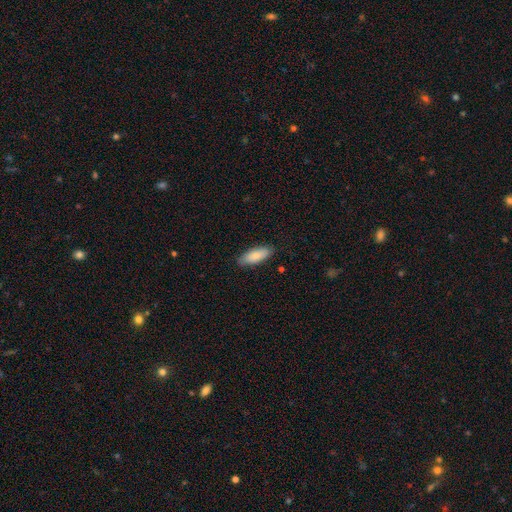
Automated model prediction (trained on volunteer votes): This is clearly a smooth galaxy (86%). How rounded: likely in between (72%). Merging: clearly none (87%).